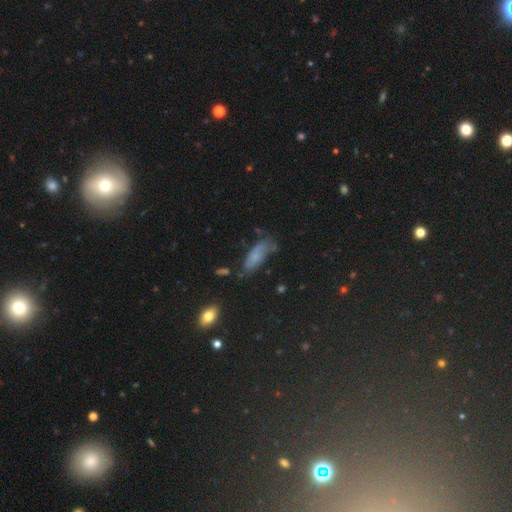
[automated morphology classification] A smooth galaxy with no disk features (66%) that is in between round and cigar-shaped (72%). Merging: none (52%).